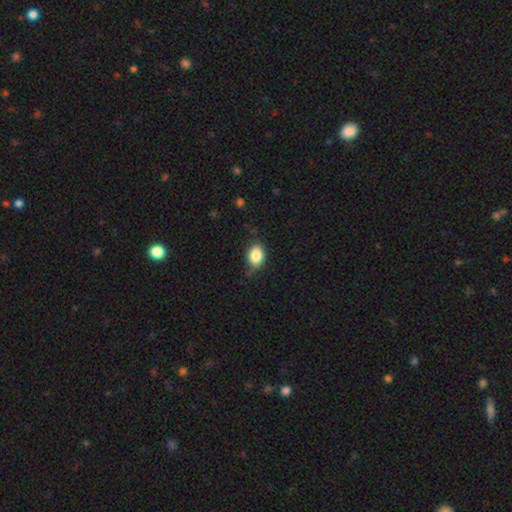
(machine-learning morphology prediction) type=smooth (84%); roundness=in between (77%); merging=none (77%).